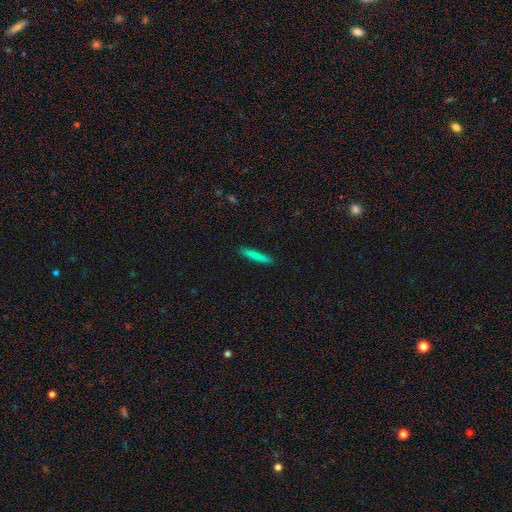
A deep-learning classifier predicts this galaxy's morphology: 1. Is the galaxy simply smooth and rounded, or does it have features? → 79% smooth, 15% featured or disk, 7% star or artifact.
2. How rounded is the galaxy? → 93% cigar-shaped, 6% in between, 1% round.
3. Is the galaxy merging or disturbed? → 90% none, 7% minor disturbance, 2% major disturbance, 1% merger.